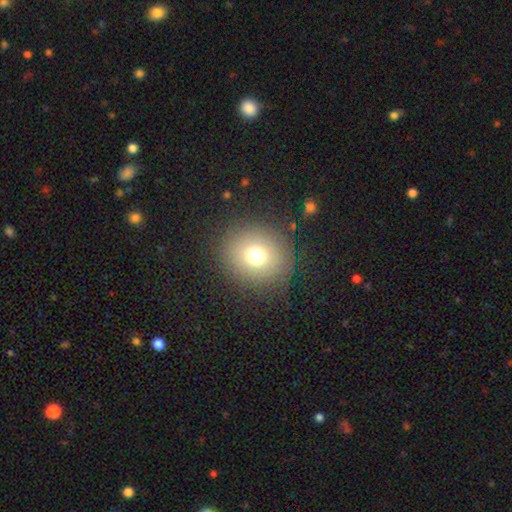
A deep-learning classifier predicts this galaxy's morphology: Overall: smooth (72%). How rounded: round (83%). Merging: none (85%).